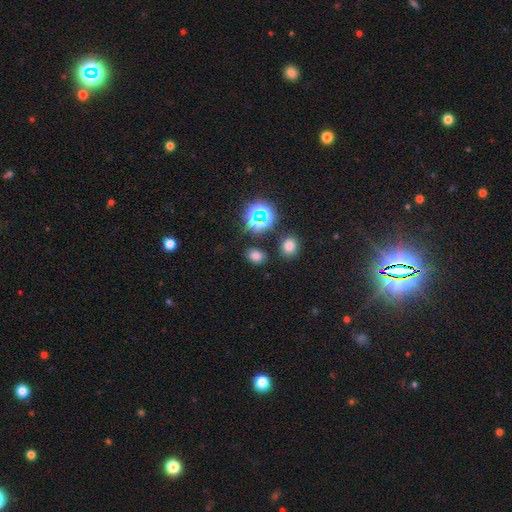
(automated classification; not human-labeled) Overall: smooth (72%). How rounded: in between (61%; round 37%). Merging: none (83%).